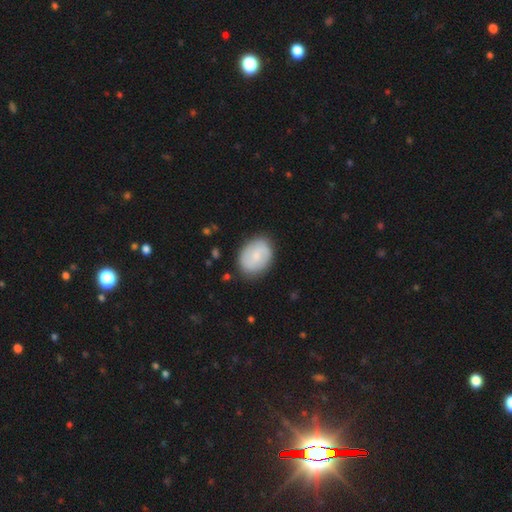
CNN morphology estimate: Overall: smooth (59%; featured or disk 34%). How rounded: in between (66%; round 33%). Merging: none (82%).